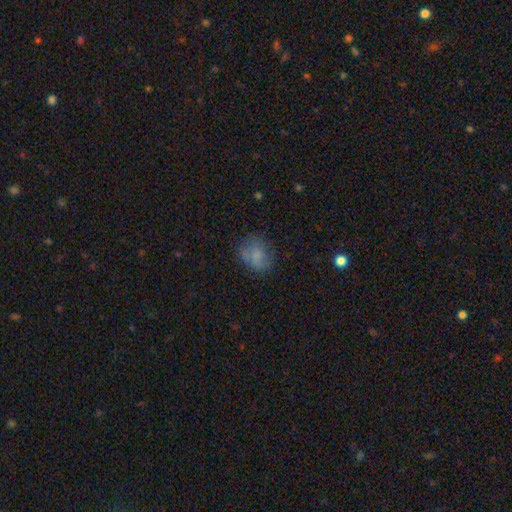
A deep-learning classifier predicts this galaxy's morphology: Smooth or featured? smooth (70%)
How rounded? round (54%)
Merging? none (62%)